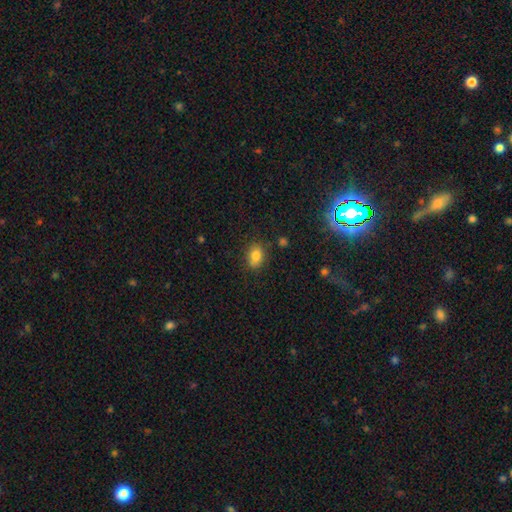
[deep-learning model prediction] A smooth galaxy with no disk features (82%) that is in between round and cigar-shaped (76%).

Vote fractions:
- Smooth or featured? smooth: 82% / star or artifact: 11% / featured or disk: 8%
- How rounded? in between: 76% / round: 22% / cigar-shaped: 2%
- Merging? none: 79% / minor disturbance: 14% / major disturbance: 3% / merger: 3%